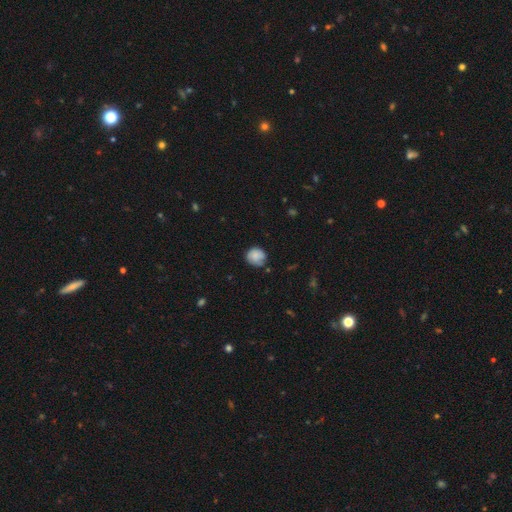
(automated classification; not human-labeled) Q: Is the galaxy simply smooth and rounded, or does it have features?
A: smooth — 75%.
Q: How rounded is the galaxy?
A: round — 83%.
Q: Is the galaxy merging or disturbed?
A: none — 66%.